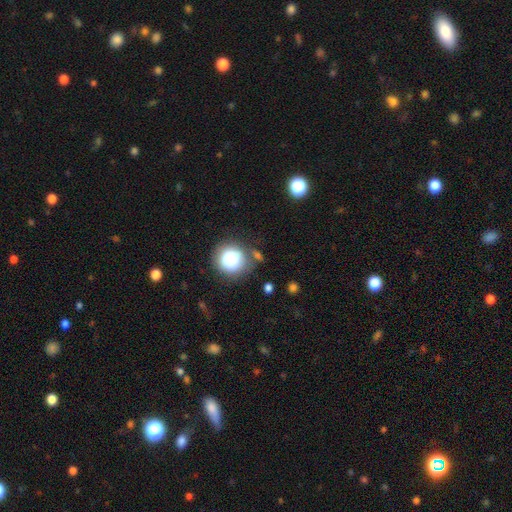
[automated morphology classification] type=smooth (80%); roundness=round (90%); merging=none (74%).